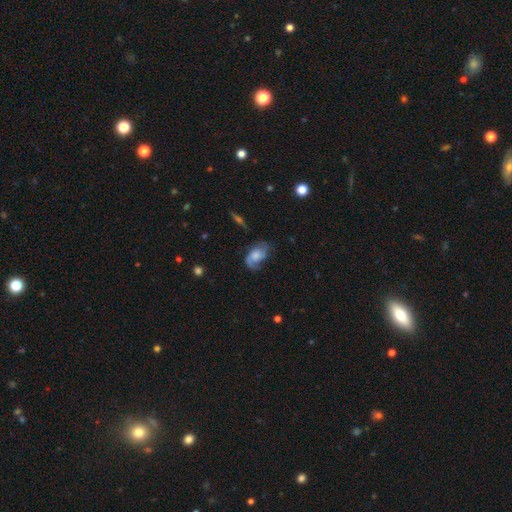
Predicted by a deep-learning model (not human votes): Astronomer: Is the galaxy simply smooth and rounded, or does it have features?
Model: featured or disk — 59%.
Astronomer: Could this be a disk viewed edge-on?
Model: no — 95%.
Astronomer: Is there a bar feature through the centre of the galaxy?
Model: no — 71%.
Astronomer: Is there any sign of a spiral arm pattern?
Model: yes — 86%.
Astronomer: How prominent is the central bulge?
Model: moderate — 32% (runner-up: large, 28%).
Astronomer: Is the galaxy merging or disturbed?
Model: none — 51% (runner-up: minor disturbance, 27%).